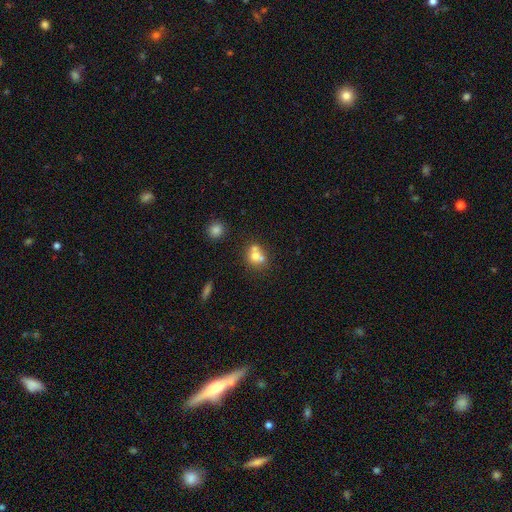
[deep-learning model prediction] Smooth or featured?
  - smooth: 66% *
  - featured or disk: 22%
  - star or artifact: 12%
How rounded?
  - round: 72% *
  - in between: 27%
  - cigar-shaped: 1%
Merging?
  - merger: 55% *
  - none: 34%
  - minor disturbance: 8%
  - major disturbance: 4%